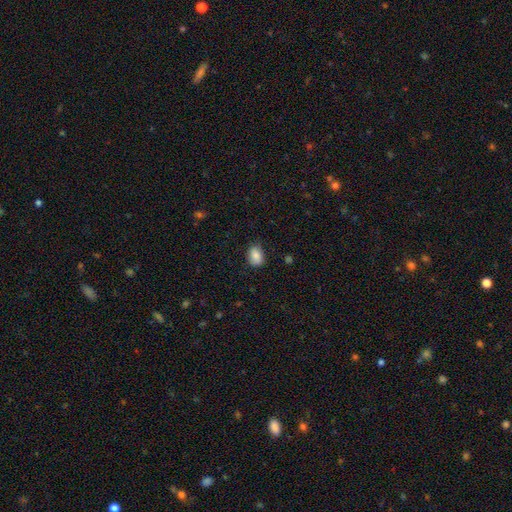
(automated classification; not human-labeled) smooth_or_featured: smooth (p=0.86) [alt: star or artifact p=0.08]
how_rounded: in between (p=0.81) [alt: round p=0.18]
merging: none (p=0.78) [alt: minor disturbance p=0.17]